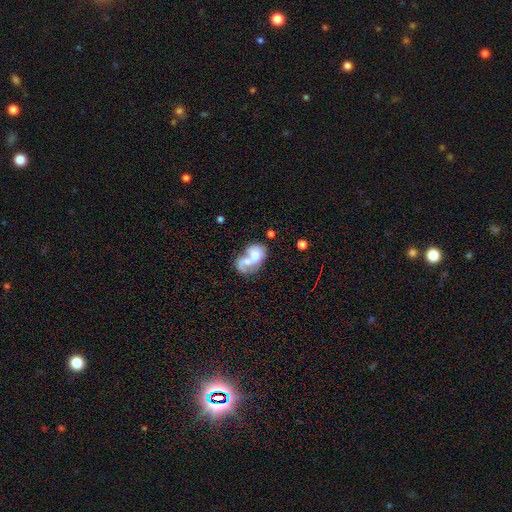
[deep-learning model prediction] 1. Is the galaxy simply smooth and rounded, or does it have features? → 49% smooth, 42% featured or disk, 9% star or artifact.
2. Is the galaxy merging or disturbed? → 71% merger, 11% none, 11% major disturbance, 7% minor disturbance.